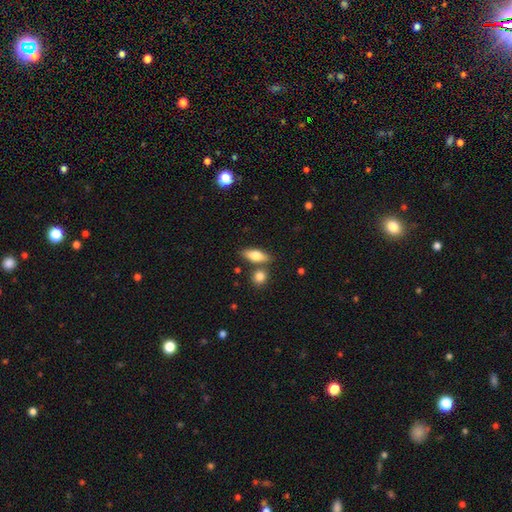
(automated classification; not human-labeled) Morphology: type=smooth (72%); roundness=in between (69%); merging=none (71%).